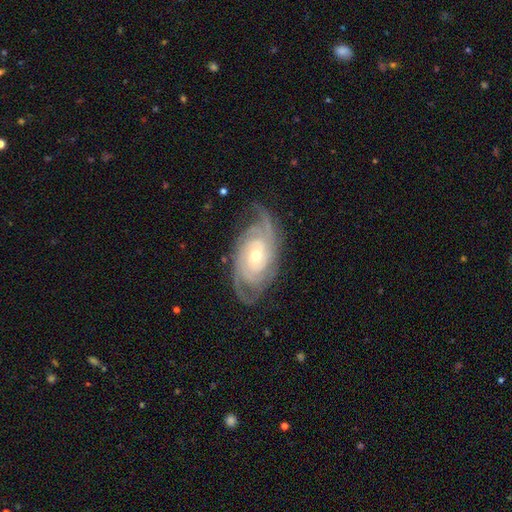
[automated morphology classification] Smooth or featured? Predicted: featured or disk (p=0.89). Edge-on disk? Predicted: no (p=0.95). Bar? Predicted: no (p=0.70). Spiral arms? Predicted: yes (p=0.97). Spiral winding? Predicted: tight (p=0.67). Spiral arm count? Predicted: 2 (p=0.26, tied with 3). Bulge size? Predicted: small (p=0.50). Merging? Predicted: none (p=0.75).